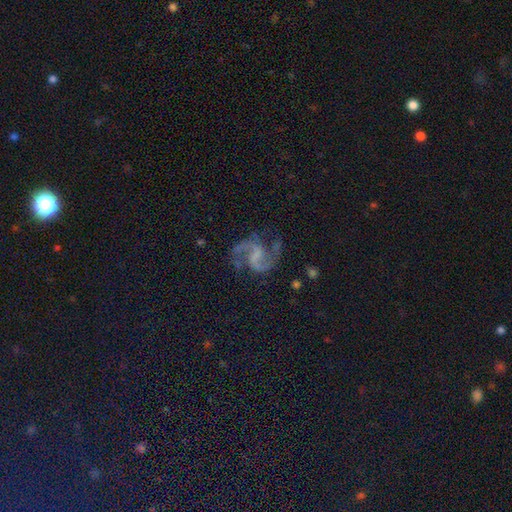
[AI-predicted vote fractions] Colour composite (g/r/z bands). It shows a featured or disk galaxy (90%) with a weak bar (49%), 2 (93%) medium (55%) spiral arms (98%) and no central bulge (60%). Merging: none (71%).